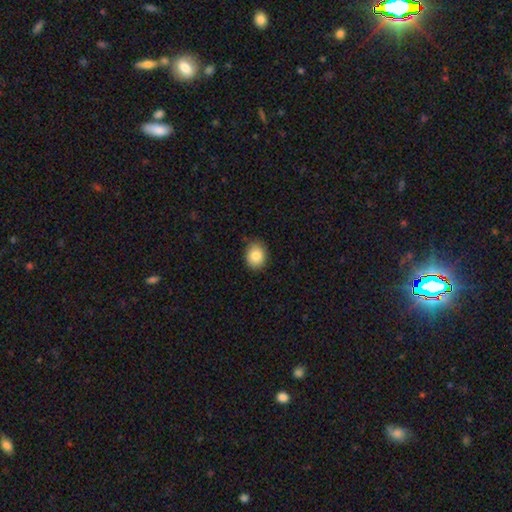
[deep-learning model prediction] This appears to be a smooth galaxy with no disk features (85%) that is round (50%). Merging: none (84%).